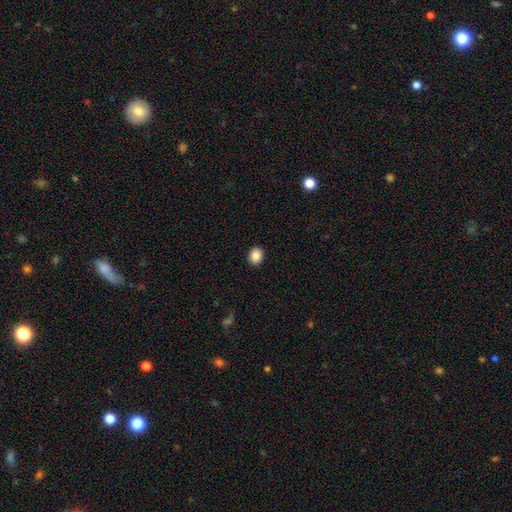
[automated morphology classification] Smooth or featured?
  - smooth: 88% *
  - star or artifact: 9%
  - featured or disk: 3%
How rounded?
  - round: 63% *
  - in between: 36%
  - cigar-shaped: 1%
Merging?
  - none: 92% *
  - minor disturbance: 6%
  - major disturbance: 2%
  - merger: 1%